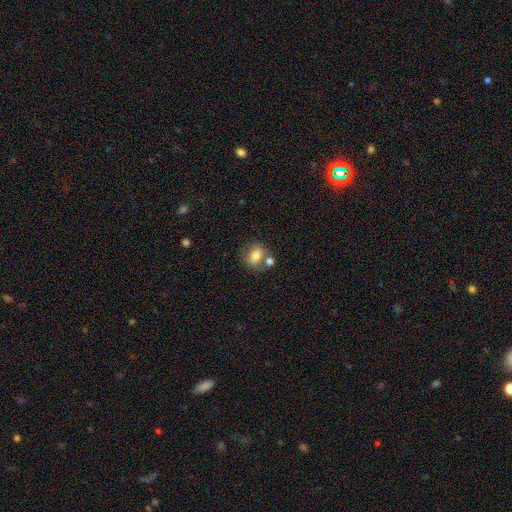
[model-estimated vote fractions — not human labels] This is likely a smooth galaxy (74%). How rounded: possibly in between (56%). Merging: possibly none (54%).